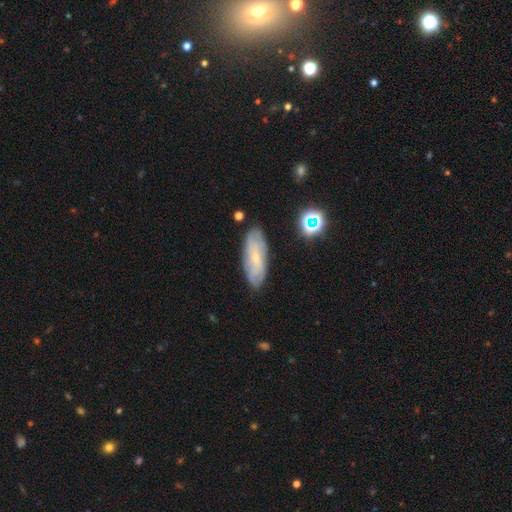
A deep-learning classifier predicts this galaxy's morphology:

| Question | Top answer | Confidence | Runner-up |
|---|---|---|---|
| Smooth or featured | featured or disk | 48% | smooth (38%) |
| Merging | none | 82% | minor disturbance (13%) |